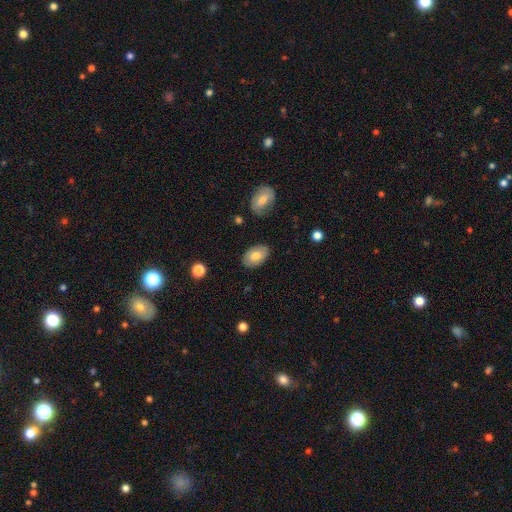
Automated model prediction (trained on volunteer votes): smooth_or_featured: smooth (p=0.72) [alt: featured or disk p=0.21]
how_rounded: in between (p=0.91) [alt: round p=0.08]
merging: none (p=0.84) [alt: minor disturbance p=0.12]